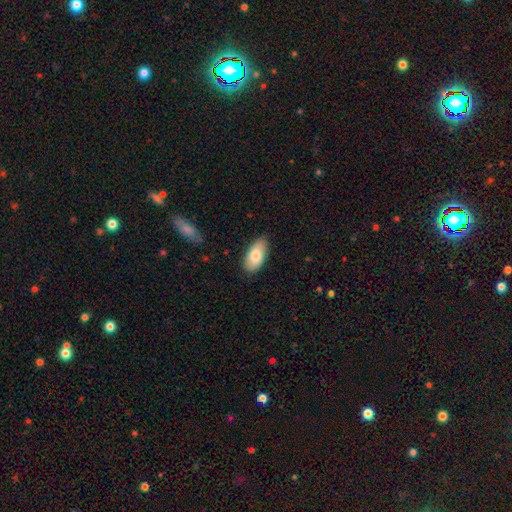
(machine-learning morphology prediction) Smooth or featured? Predicted: smooth (p=0.81). How rounded? Predicted: in between (p=0.92). Merging? Predicted: none (p=0.81).